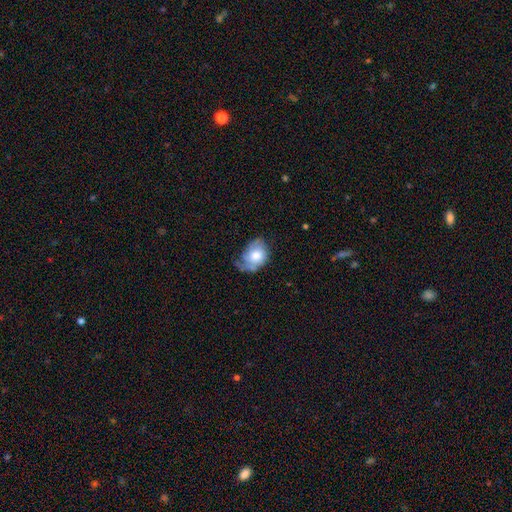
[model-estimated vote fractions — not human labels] Smooth or featured: smooth — 54% (featured or disk — 39%)
How rounded: in between — 67% (round — 31%)
Merging: minor disturbance — 37% (none — 32%)